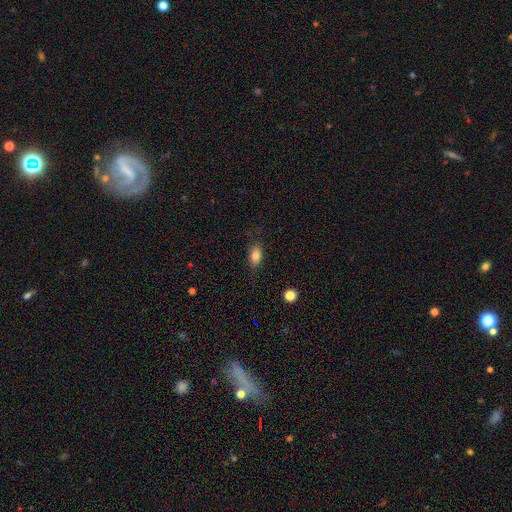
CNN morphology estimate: smooth-or-featured: smooth: 81% | featured or disk: 9% | star or artifact: 9%
  how-rounded: in between: 83% | round: 10% | cigar-shaped: 6%
  merging: none: 76% | minor disturbance: 17% | major disturbance: 5% | merger: 1%